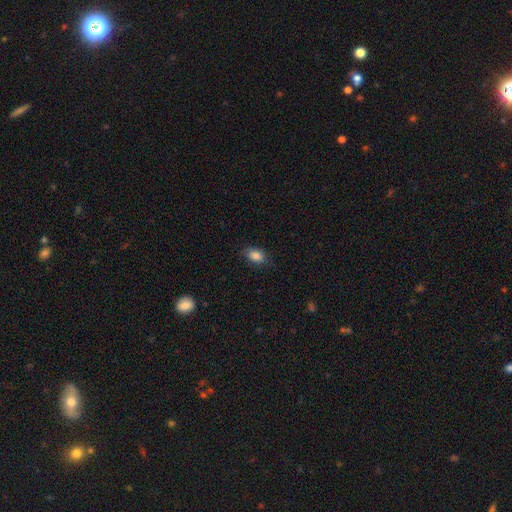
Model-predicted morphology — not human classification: This appears to be a smooth galaxy with no disk features (86%) that is in between round and cigar-shaped (84%). Merging: none (83%).